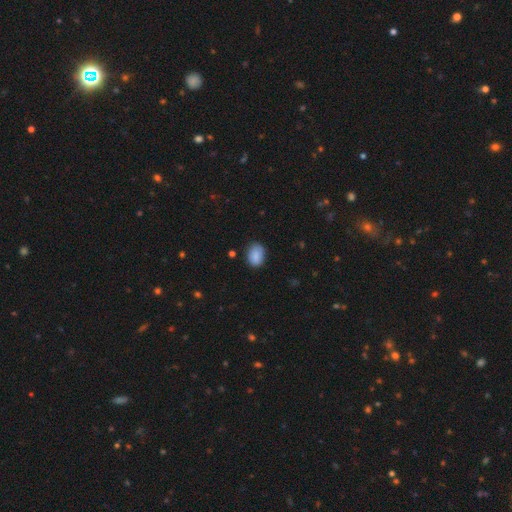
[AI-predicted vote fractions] smooth 88%, star or artifact 8%, featured or disk 5%. Down the decision tree: how rounded — in between (77%); merging — none (79%).